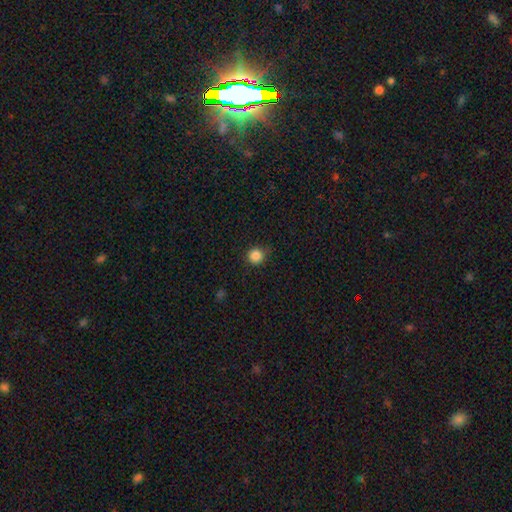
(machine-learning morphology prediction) Q: Smooth or featured?
A: smooth (85%); runner-up: star or artifact (11%)
Q: How rounded?
A: round (93%); runner-up: in between (6%)
Q: Merging?
A: none (83%); runner-up: minor disturbance (13%)